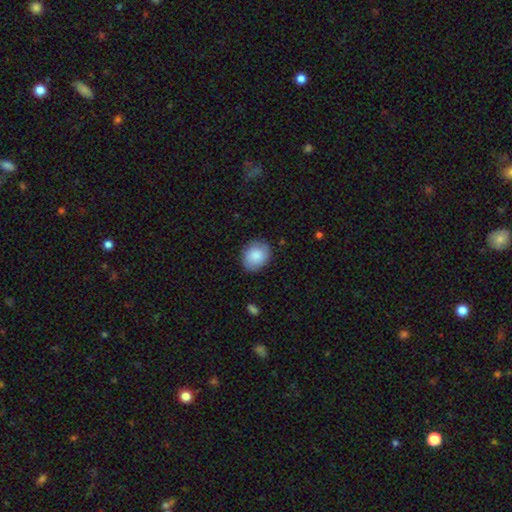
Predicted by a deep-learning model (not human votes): A smooth galaxy with no disk features (85%) that is round (56%). Merging: none (83%).